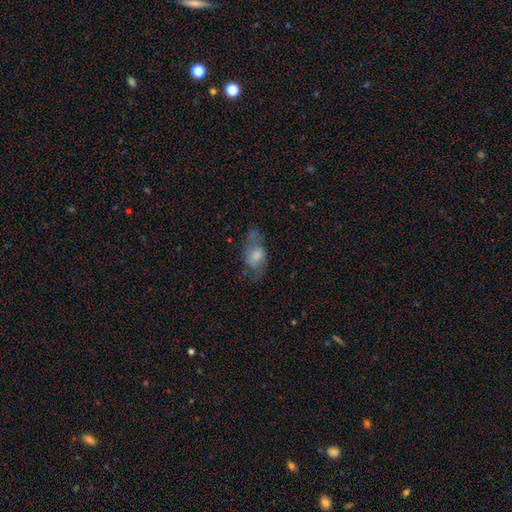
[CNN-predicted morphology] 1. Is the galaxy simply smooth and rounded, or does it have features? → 57% smooth, 35% featured or disk, 9% star or artifact.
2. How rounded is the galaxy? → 82% in between, 15% round, 3% cigar-shaped.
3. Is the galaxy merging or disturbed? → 46% none, 27% minor disturbance, 21% major disturbance, 5% merger.